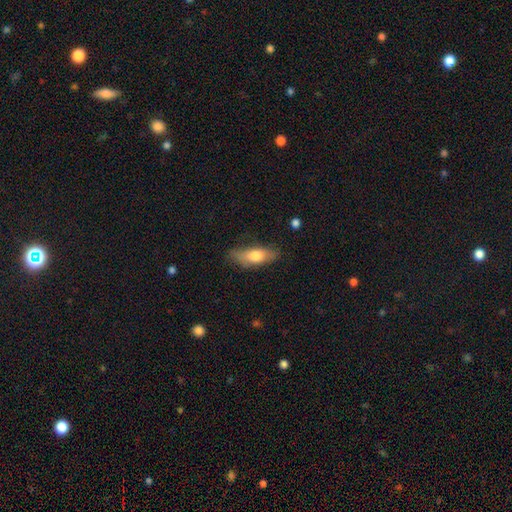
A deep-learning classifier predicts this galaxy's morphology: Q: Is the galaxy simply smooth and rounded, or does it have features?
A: smooth — 69%.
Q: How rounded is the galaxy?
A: in between — 62%.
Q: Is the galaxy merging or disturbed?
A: none — 69%.